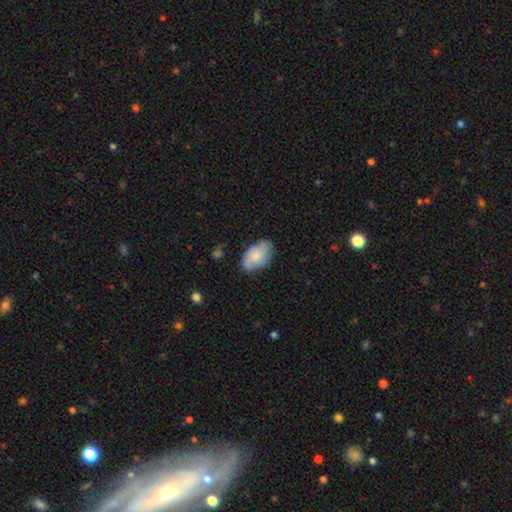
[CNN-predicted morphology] Overall: smooth (73%). How rounded: in between (93%). Merging: none (71%).